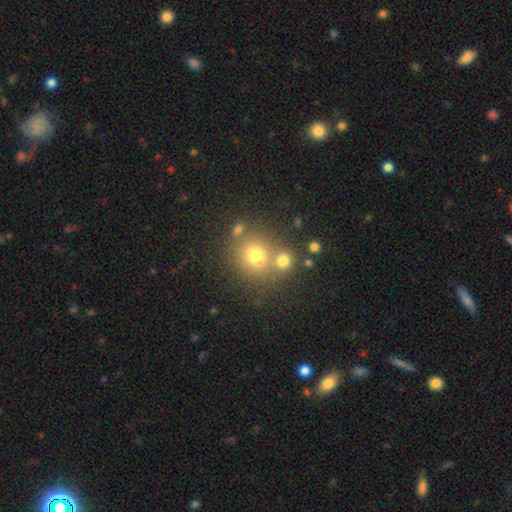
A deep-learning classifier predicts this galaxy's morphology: type=smooth (68%); roundness=round (83%); merging=none (55%).